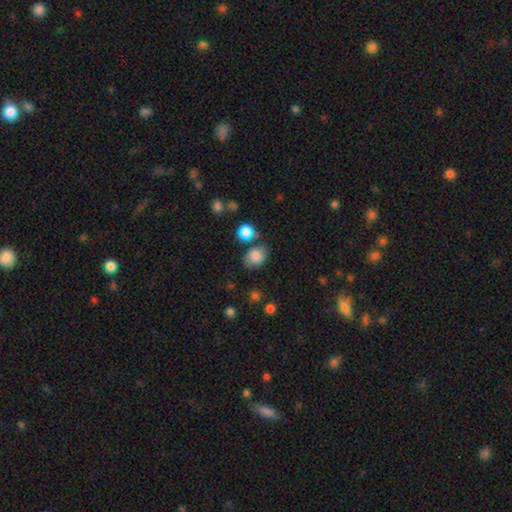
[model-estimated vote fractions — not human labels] Overall: smooth (78%). How rounded: in between (62%; round 37%). Merging: none (65%).